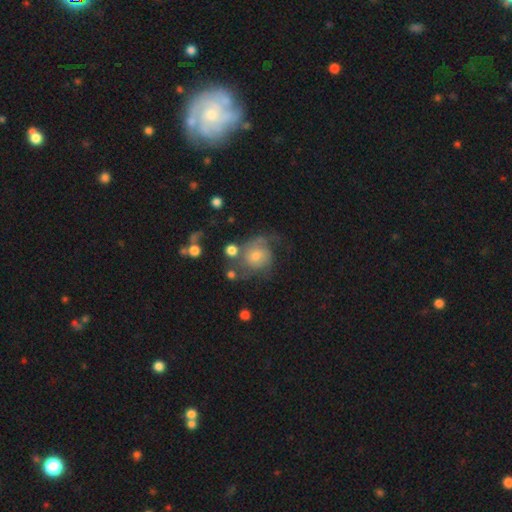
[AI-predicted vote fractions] This appears to be a featured or disk galaxy (61%) with no bar (77%), 2 (59%) medium (43%) spiral arms (86%) and a small central bulge (44%). Merging: none (51%).